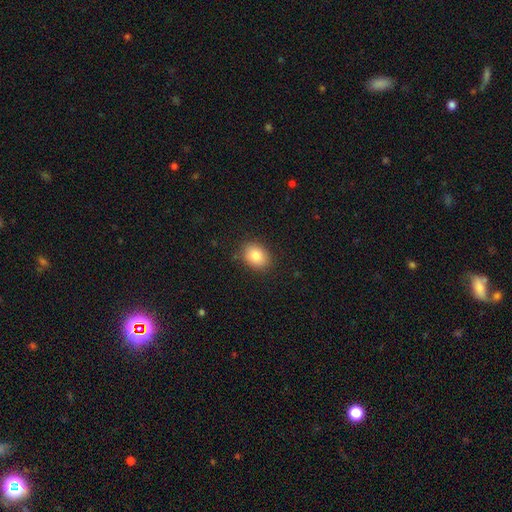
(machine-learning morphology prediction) smooth_or_featured: smooth (p=0.84) [alt: star or artifact p=0.09]
how_rounded: in between (p=0.59) [alt: round p=0.40]
merging: none (p=0.87) [alt: minor disturbance p=0.10]